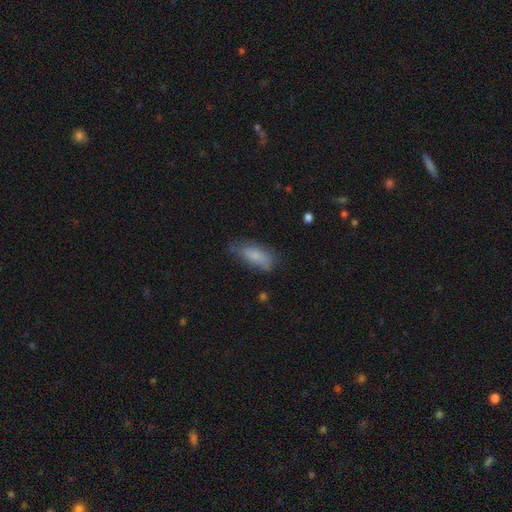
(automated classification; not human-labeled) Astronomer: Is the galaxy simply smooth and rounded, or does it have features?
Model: smooth — 77%.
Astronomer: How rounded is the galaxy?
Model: in between — 80%.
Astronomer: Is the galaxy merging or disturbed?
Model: none — 61%.